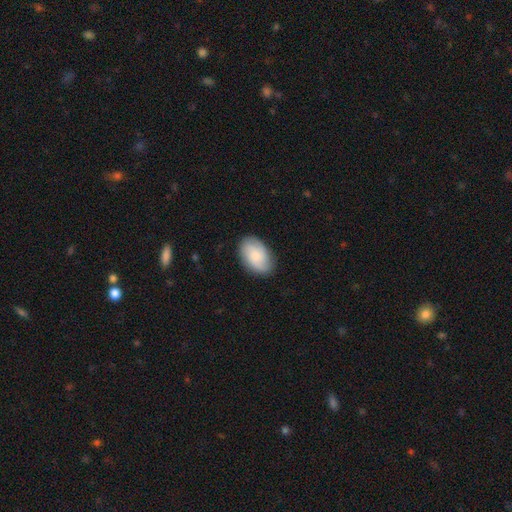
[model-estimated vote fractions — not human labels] Q: Smooth or featured?
A: smooth (58%); runner-up: featured or disk (35%)
Q: How rounded?
A: in between (90%); runner-up: round (9%)
Q: Merging?
A: none (84%); runner-up: minor disturbance (12%)